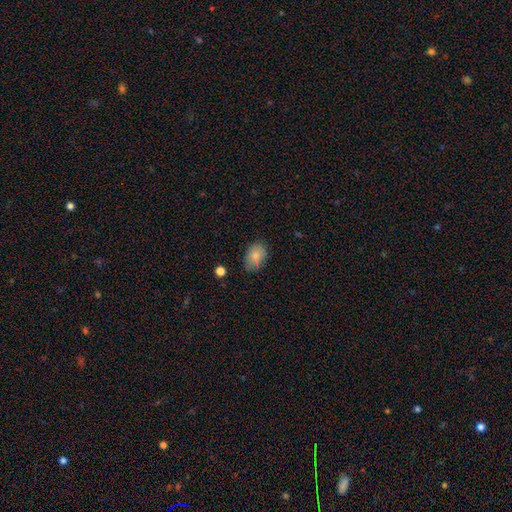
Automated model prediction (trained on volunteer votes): Overall: smooth (83%). How rounded: in between (84%). Merging: none (78%).